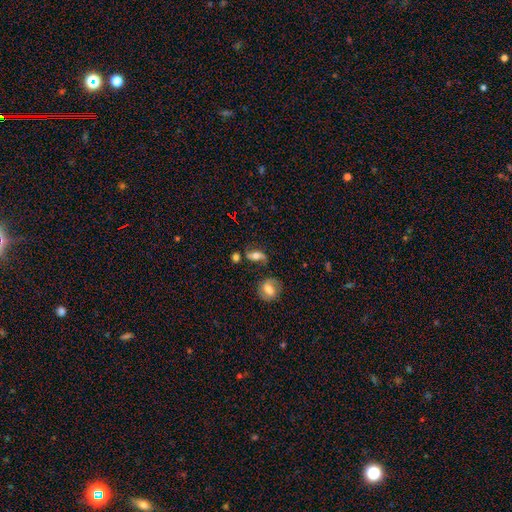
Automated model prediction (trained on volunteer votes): Morphology: type=featured or disk (46%); merging=none (59%).